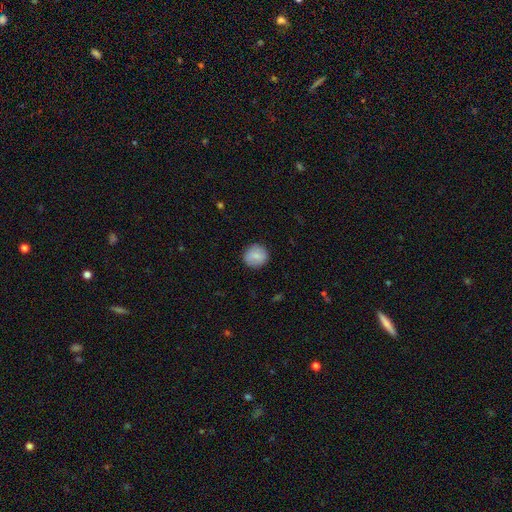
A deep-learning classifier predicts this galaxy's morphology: Smooth or featured: smooth — 79% (featured or disk — 14%)
How rounded: round — 92% (in between — 7%)
Merging: none — 90% (minor disturbance — 7%)